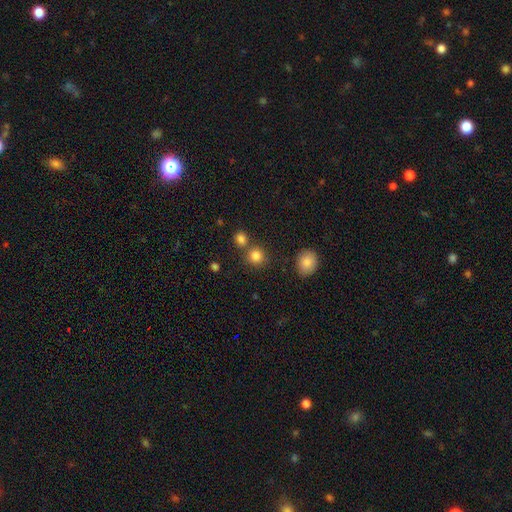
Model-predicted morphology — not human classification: smooth_or_featured: smooth (p=0.82) [alt: star or artifact p=0.13]
how_rounded: round (p=0.88) [alt: in between p=0.11]
merging: none (p=0.71) [alt: merger p=0.19]